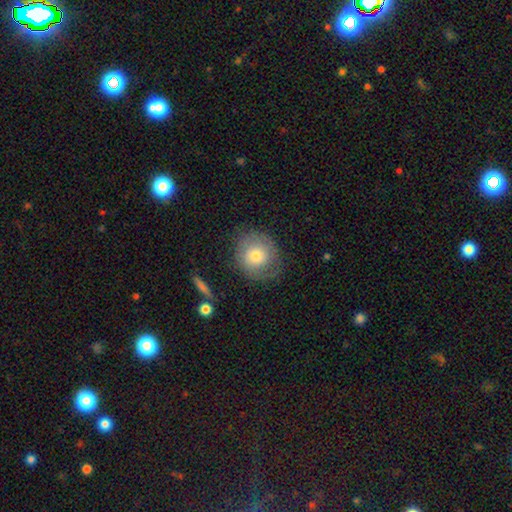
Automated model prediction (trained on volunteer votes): smooth 62%, featured or disk 30%, star or artifact 8%. Down the decision tree: how rounded — round (84%); merging — none (71%).